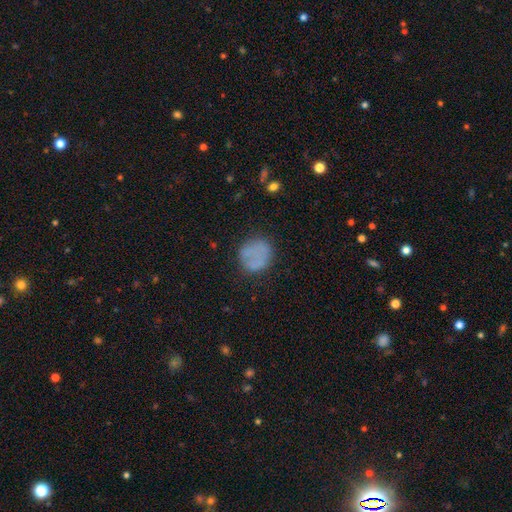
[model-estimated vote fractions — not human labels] A smooth galaxy with no disk features (72%) that is round (86%). Merging: none (71%).